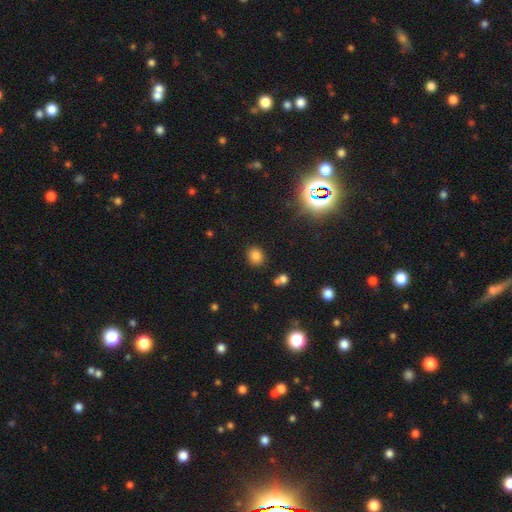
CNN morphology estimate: This is likely a smooth galaxy (78%). How rounded: likely round (66%). Merging: clearly none (84%).